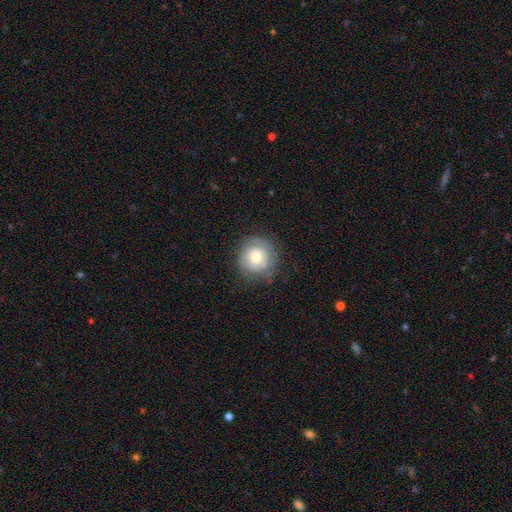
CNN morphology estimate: smooth 50%, featured or disk 42%, star or artifact 8%. Down the decision tree: how rounded — round (90%); merging — none (71%).